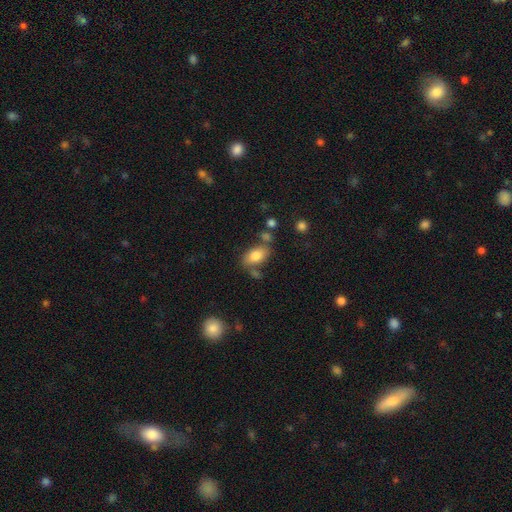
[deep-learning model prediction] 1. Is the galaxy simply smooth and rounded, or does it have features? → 79% smooth, 13% featured or disk, 8% star or artifact.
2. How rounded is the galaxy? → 91% in between, 6% round, 3% cigar-shaped.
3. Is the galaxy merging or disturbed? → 65% none, 16% minor disturbance, 14% merger, 5% major disturbance.